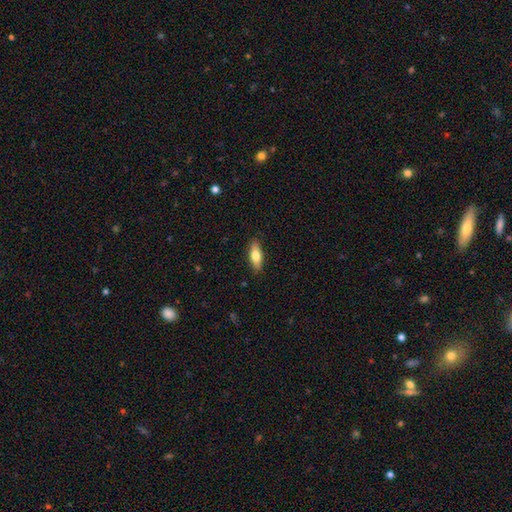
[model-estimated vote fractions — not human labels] Smooth or featured? smooth (67%)
How rounded? in between (61%)
Merging? none (88%)